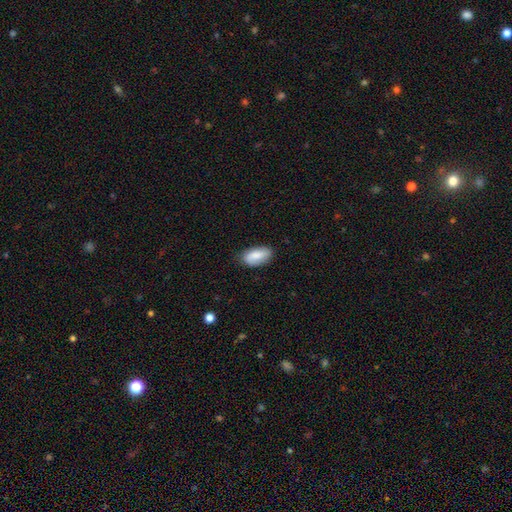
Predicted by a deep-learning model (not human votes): Q: Smooth or featured?
A: smooth (80%); runner-up: featured or disk (13%)
Q: How rounded?
A: in between (92%); runner-up: cigar-shaped (5%)
Q: Merging?
A: none (78%); runner-up: minor disturbance (18%)